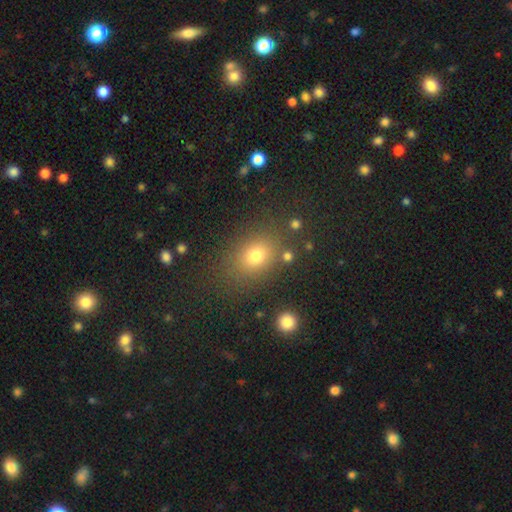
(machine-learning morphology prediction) Smooth or featured? Predicted: smooth (p=0.74). How rounded? Predicted: in between (p=0.61). Merging? Predicted: none (p=0.79).